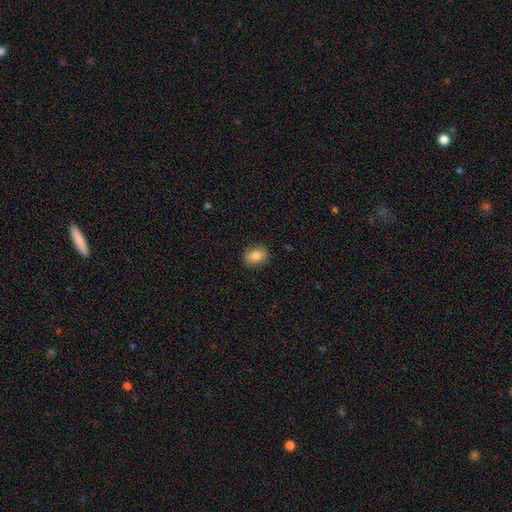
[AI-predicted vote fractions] This is clearly a smooth galaxy (82%). How rounded: possibly in between (50%). Merging: clearly none (87%).